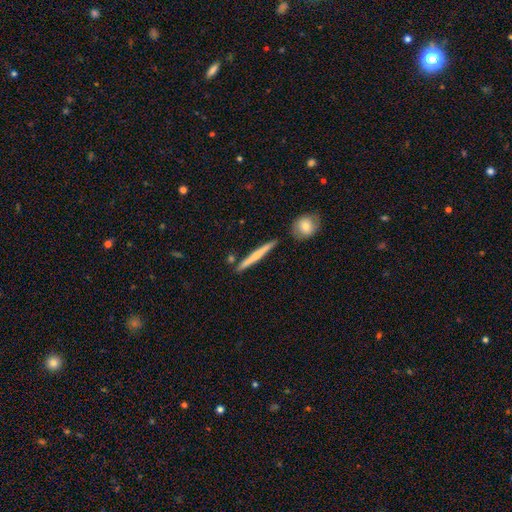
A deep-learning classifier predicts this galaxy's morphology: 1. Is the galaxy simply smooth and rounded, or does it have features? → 56% smooth, 39% featured or disk, 5% star or artifact.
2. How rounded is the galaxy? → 96% cigar-shaped, 3% in between, 2% round.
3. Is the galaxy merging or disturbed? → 86% none, 8% minor disturbance, 4% merger, 2% major disturbance.